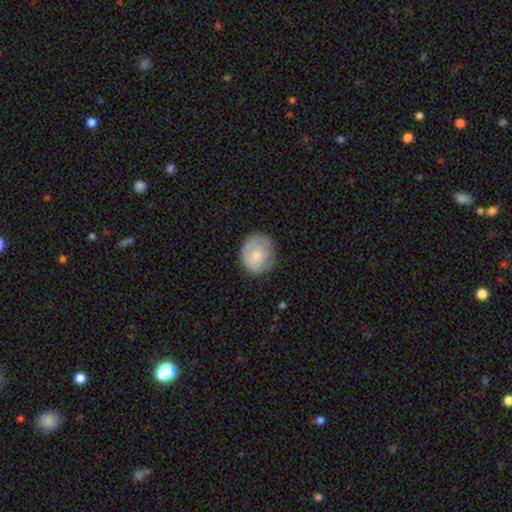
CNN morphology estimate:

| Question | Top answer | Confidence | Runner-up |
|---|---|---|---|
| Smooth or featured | smooth | 67% | featured or disk (26%) |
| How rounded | round | 79% | in between (20%) |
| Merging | none | 68% | minor disturbance (23%) |